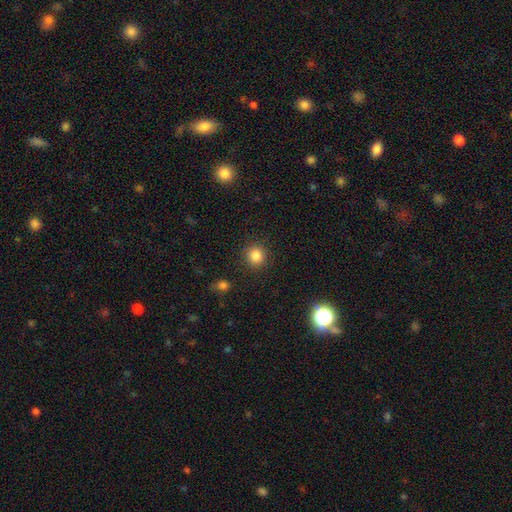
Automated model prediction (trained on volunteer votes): Q: Smooth or featured?
A: smooth (84%); runner-up: star or artifact (11%)
Q: How rounded?
A: round (90%); runner-up: in between (9%)
Q: Merging?
A: none (89%); runner-up: minor disturbance (6%)